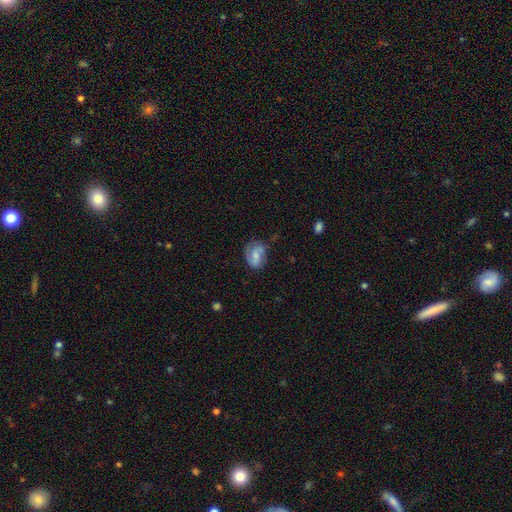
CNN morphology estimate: A featured or disk galaxy (59%) with a weak bar (46%), 2 (78%) medium (45%) spiral arms (89%) and a small central bulge (43%).

Vote fractions:
- Smooth or featured? featured or disk: 59% / smooth: 34% / star or artifact: 7%
- Edge-on disk? no: 97% / yes: 3%
- Bar? weak: 46% / no: 38% / strong: 16%
- Spiral arms? yes: 89% / no: 11%
- Spiral winding? medium: 45% / tight: 28% / loose: 26%
- Spiral arm count? 2: 78% / can't tell: 10% / 1: 8% / 3: 2% / 4: 1% / more than 4: 1%
- Bulge size? small: 43% / moderate: 38% / none: 13% / large: 4% / dominant: 1%
- Merging? none: 63% / minor disturbance: 25% / major disturbance: 10% / merger: 2%